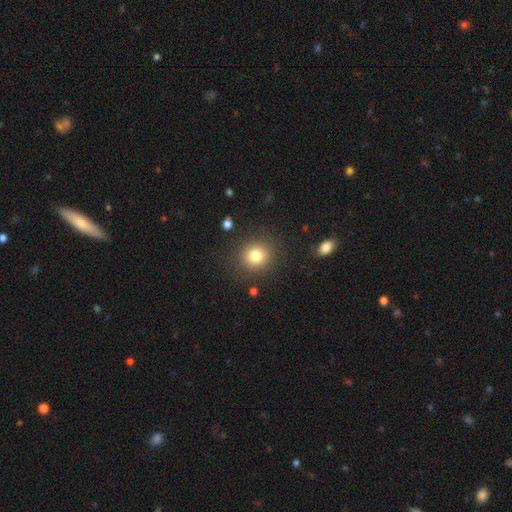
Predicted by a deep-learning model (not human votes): Q: Smooth or featured?
A: smooth (80%); runner-up: star or artifact (12%)
Q: How rounded?
A: round (86%); runner-up: in between (13%)
Q: Merging?
A: none (87%); runner-up: minor disturbance (8%)